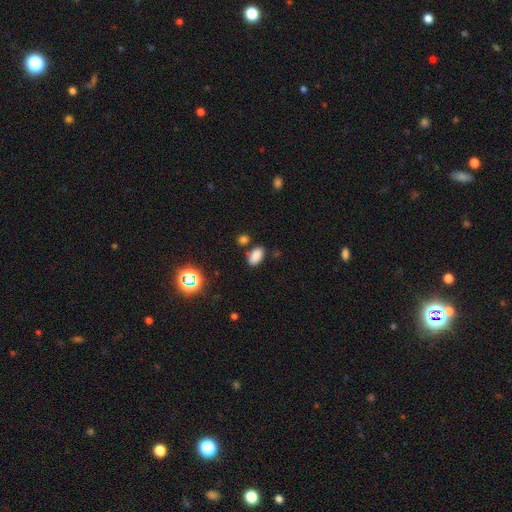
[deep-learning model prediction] smooth 82%, star or artifact 13%, featured or disk 5%. Down the decision tree: how rounded — in between (91%); merging — none (74%).